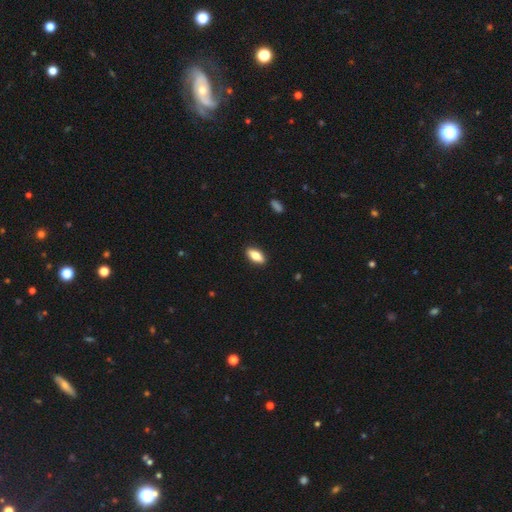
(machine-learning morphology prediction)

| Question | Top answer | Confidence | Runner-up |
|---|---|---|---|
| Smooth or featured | smooth | 75% | featured or disk (18%) |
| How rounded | in between | 82% | cigar-shaped (15%) |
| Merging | none | 90% | minor disturbance (8%) |